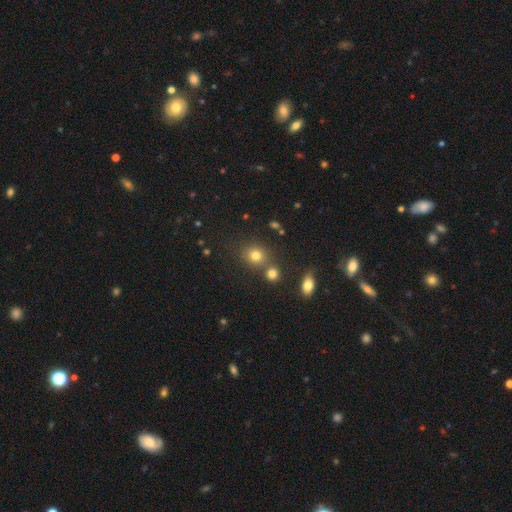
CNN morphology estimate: smooth_or_featured: smooth (p=0.77) [alt: star or artifact p=0.15]
how_rounded: round (p=0.80) [alt: in between p=0.19]
merging: none (p=0.68) [alt: merger p=0.19]